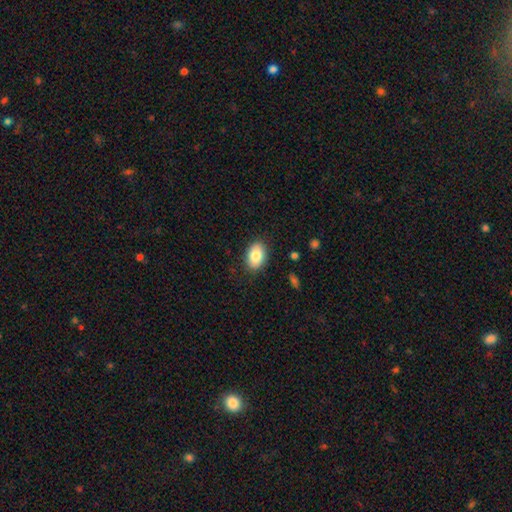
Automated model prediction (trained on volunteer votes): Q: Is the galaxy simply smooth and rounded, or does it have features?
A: smooth — 83%.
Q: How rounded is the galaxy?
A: in between — 86%.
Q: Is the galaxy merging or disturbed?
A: none — 86%.